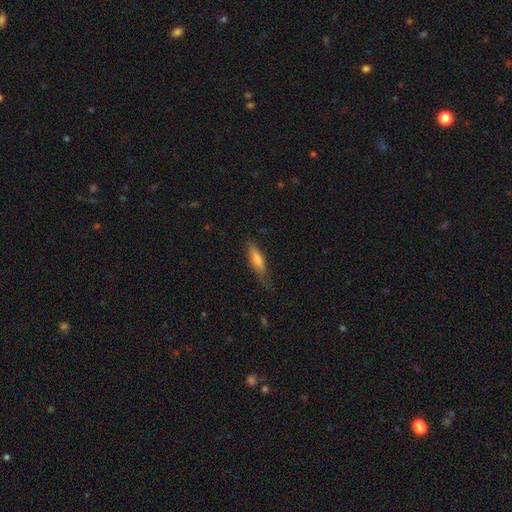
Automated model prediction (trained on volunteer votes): A smooth galaxy with no disk features (62%) that is cigar-shaped (71%).

Vote fractions:
- Smooth or featured? smooth: 62% / featured or disk: 30% / star or artifact: 9%
- How rounded? cigar-shaped: 71% / in between: 27% / round: 2%
- Merging? none: 61% / minor disturbance: 28% / major disturbance: 10% / merger: 2%